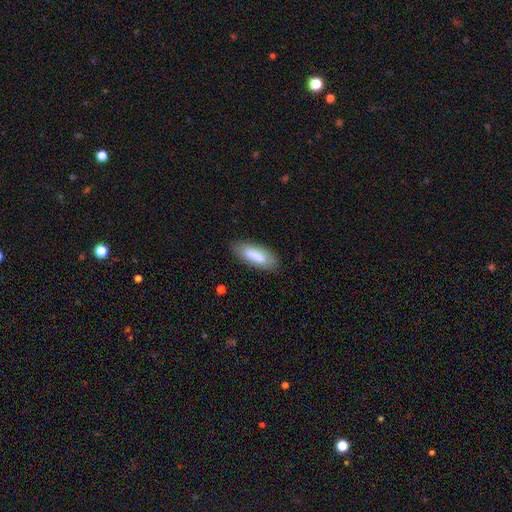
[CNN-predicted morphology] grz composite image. It shows a smooth galaxy with no disk features (79%) that is in between round and cigar-shaped (61%). Merging: none (81%).